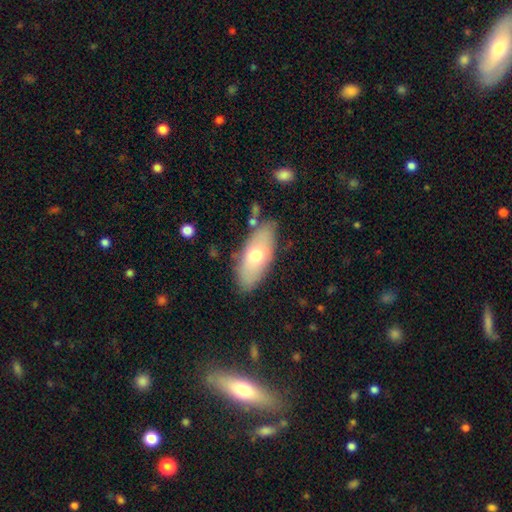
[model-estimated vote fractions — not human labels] A smooth galaxy with no disk features (66%) that is in between round and cigar-shaped (85%).

Vote fractions:
- Smooth or featured? smooth: 66% / featured or disk: 28% / star or artifact: 6%
- How rounded? in between: 85% / cigar-shaped: 12% / round: 3%
- Merging? none: 79% / minor disturbance: 14% / major disturbance: 4% / merger: 3%